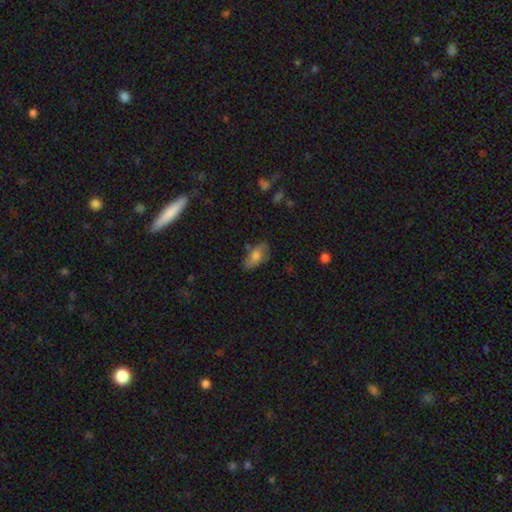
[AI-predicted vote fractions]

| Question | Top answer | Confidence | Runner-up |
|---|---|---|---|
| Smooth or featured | smooth | 71% | featured or disk (22%) |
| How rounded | in between | 86% | cigar-shaped (10%) |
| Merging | none | 68% | minor disturbance (23%) |